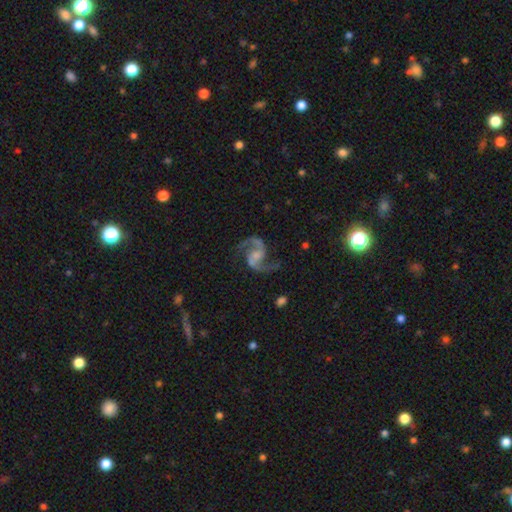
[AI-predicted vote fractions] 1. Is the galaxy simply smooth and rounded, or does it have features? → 92% featured or disk, 5% star or artifact, 3% smooth.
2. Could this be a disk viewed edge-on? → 98% no, 2% yes.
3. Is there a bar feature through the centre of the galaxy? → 45% no, 41% weak, 14% strong.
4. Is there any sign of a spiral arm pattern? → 98% yes, 2% no.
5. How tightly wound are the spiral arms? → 49% loose, 45% medium, 6% tight.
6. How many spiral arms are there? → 95% 2, 1% 1, 1% can't tell, 1% 3, 1% 4, 1% more than 4.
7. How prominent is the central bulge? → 36% small, 29% none, 27% moderate, 7% large, 2% dominant.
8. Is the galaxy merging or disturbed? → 78% none, 13% minor disturbance, 8% major disturbance, 2% merger.